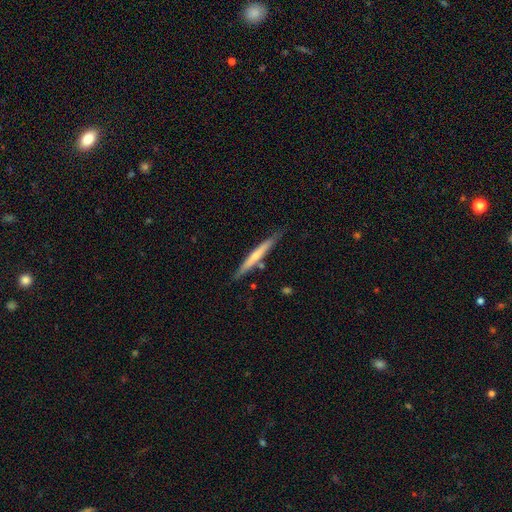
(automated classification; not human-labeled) smooth-or-featured: smooth: 48% | featured or disk: 46% | star or artifact: 6%
  merging: none: 81% | minor disturbance: 13% | merger: 4% | major disturbance: 2%